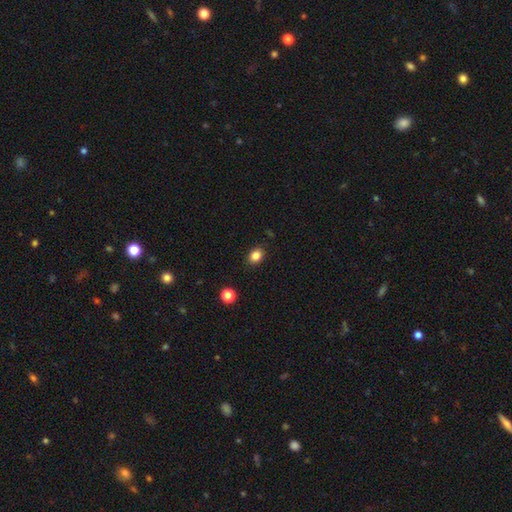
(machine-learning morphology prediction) A smooth galaxy with no disk features (84%) that is in between round and cigar-shaped (55%).

Vote fractions:
- Smooth or featured? smooth: 84% / star or artifact: 11% / featured or disk: 5%
- How rounded? in between: 55% / round: 44% / cigar-shaped: 1%
- Merging? none: 88% / minor disturbance: 8% / major disturbance: 2% / merger: 1%